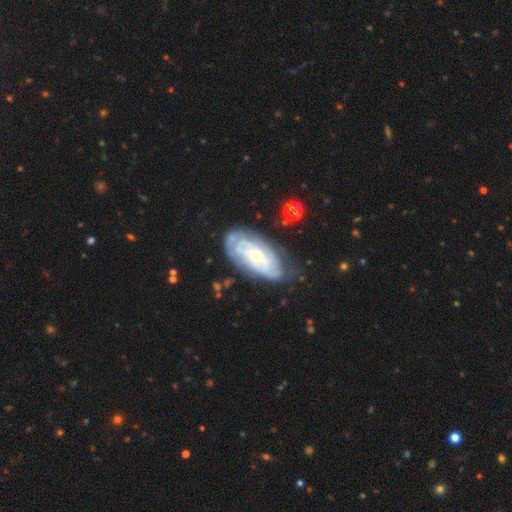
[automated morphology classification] Q: Smooth or featured?
A: featured or disk (73%); runner-up: smooth (22%)
Q: Edge-on disk?
A: no (92%); runner-up: yes (8%)
Q: Bar?
A: no (76%); runner-up: weak (20%)
Q: Spiral arms?
A: yes (85%); runner-up: no (15%)
Q: Spiral winding?
A: tight (75%); runner-up: medium (19%)
Q: Spiral arm count?
A: can't tell (63%); runner-up: 2 (14%)
Q: Bulge size?
A: small (60%); runner-up: moderate (33%)
Q: Merging?
A: none (69%); runner-up: minor disturbance (21%)